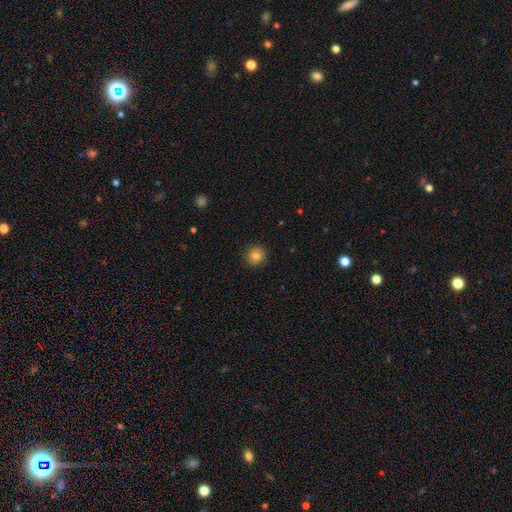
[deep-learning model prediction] A smooth galaxy with no disk features (82%) that is round (92%).

Vote fractions:
- Smooth or featured? smooth: 82% / star or artifact: 12% / featured or disk: 7%
- How rounded? round: 92% / in between: 7% / cigar-shaped: 1%
- Merging? none: 90% / minor disturbance: 7% / major disturbance: 2% / merger: 1%